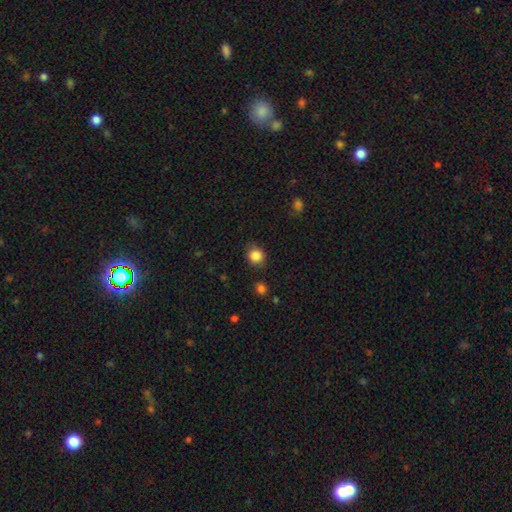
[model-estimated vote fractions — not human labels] The model was most divided on "how rounded": round: 85%, in between: 14%, cigar-shaped: 1%. More confident: smooth or featured — smooth (86%); merging — none (84%).